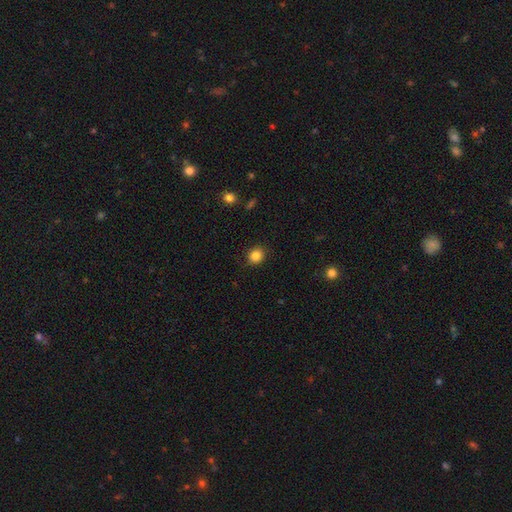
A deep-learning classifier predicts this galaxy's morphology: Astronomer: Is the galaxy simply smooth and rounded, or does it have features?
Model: smooth — 85%.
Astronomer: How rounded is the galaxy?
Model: round — 80%.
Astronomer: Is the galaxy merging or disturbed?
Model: none — 88%.